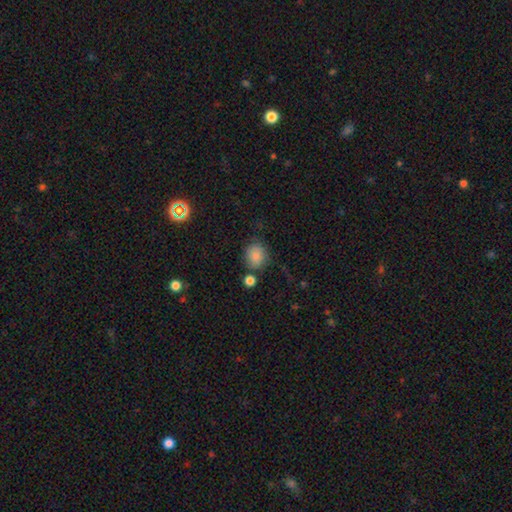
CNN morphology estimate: Overall: smooth (85%). How rounded: round (72%). Merging: none (72%).